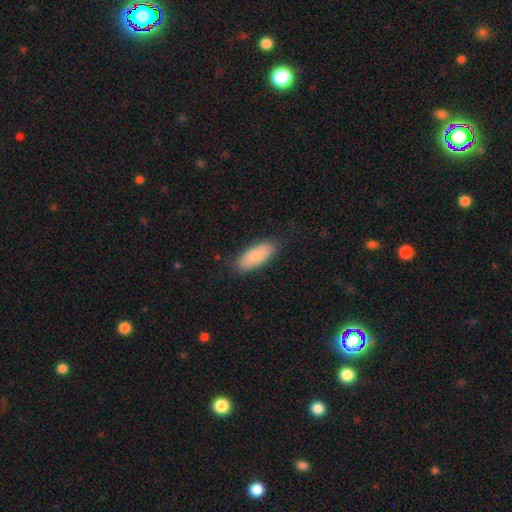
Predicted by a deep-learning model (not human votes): A smooth galaxy with no disk features (86%) that is in between round and cigar-shaped (78%).

Vote fractions:
- Smooth or featured? smooth: 86% / featured or disk: 8% / star or artifact: 6%
- How rounded? in between: 78% / cigar-shaped: 20% / round: 2%
- Merging? none: 83% / minor disturbance: 13% / major disturbance: 3% / merger: 1%